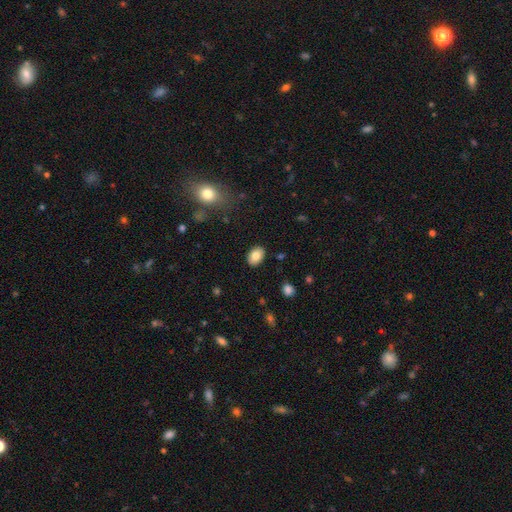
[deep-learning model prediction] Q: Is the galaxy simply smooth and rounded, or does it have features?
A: smooth — 82%.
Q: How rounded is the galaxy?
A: in between — 83%.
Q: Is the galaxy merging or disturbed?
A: none — 88%.